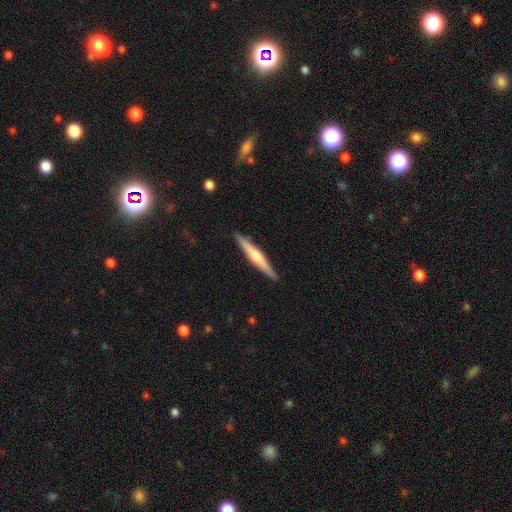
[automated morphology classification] Smooth or featured?
  - featured or disk: 52% *
  - smooth: 43%
  - star or artifact: 5%
Edge-on disk?
  - yes: 97% *
  - no: 3%
Edge-on bulge?
  - rounded: 68% *
  - none: 22%
  - boxy: 11%
Merging?
  - none: 90% *
  - minor disturbance: 7%
  - major disturbance: 1%
  - merger: 1%